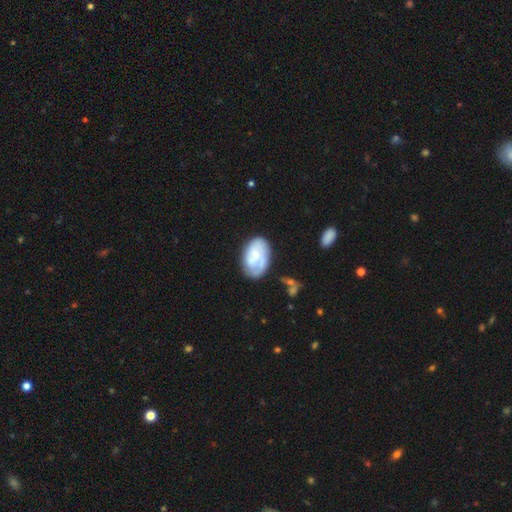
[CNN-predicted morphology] Smooth or featured? smooth (48%)
Merging? none (60%)